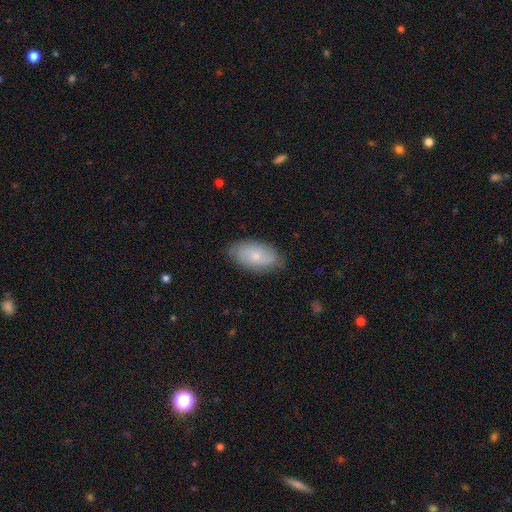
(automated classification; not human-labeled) Smooth or featured? Predicted: smooth (p=0.64). How rounded? Predicted: in between (p=0.93). Merging? Predicted: none (p=0.78).